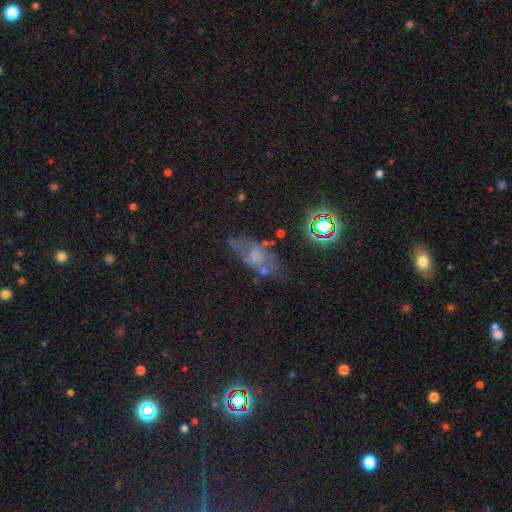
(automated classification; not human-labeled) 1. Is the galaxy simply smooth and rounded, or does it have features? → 41% featured or disk, 37% smooth, 22% star or artifact.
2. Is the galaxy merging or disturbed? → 55% none, 25% minor disturbance, 13% major disturbance, 8% merger.